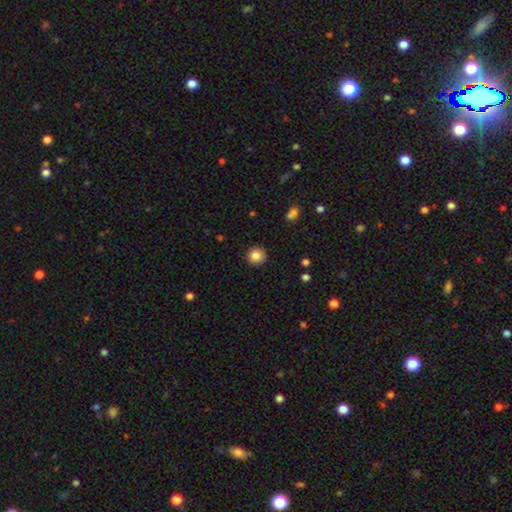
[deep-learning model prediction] Smooth or featured: smooth — 85% (star or artifact — 10%)
How rounded: round — 94% (in between — 5%)
Merging: none — 91% (minor disturbance — 6%)